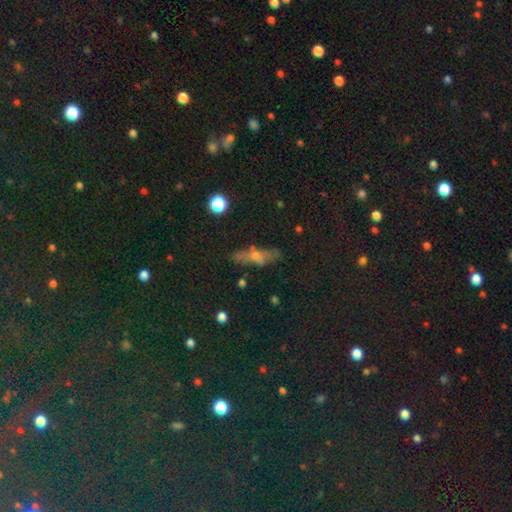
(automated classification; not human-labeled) smooth-or-featured: smooth: 45% | featured or disk: 34% | star or artifact: 21%
  merging: none: 77% | minor disturbance: 14% | major disturbance: 5% | merger: 3%